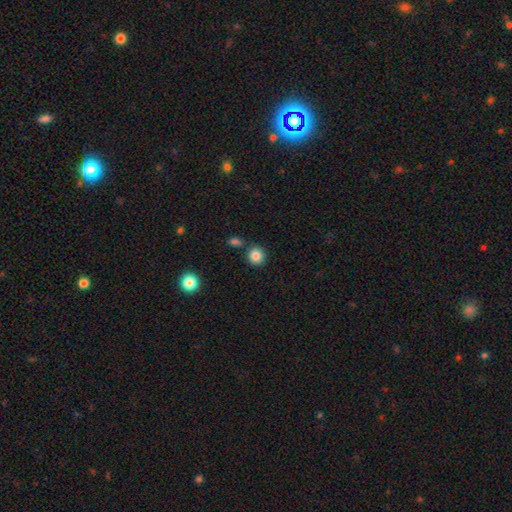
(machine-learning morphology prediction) This is clearly a smooth galaxy (86%). How rounded: clearly round (90%). Merging: likely none (80%).